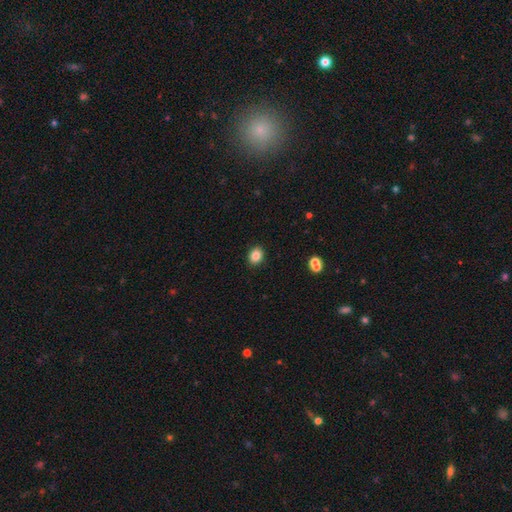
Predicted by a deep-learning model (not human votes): Smooth or featured: smooth — 85% (star or artifact — 10%)
How rounded: in between — 52% (round — 47%)
Merging: none — 91% (minor disturbance — 6%)